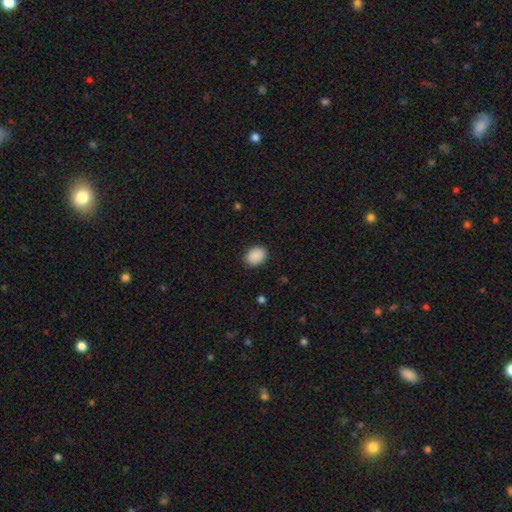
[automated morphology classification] Smooth or featured? Predicted: smooth (p=0.90). How rounded? Predicted: in between (p=0.68). Merging? Predicted: none (p=0.88).